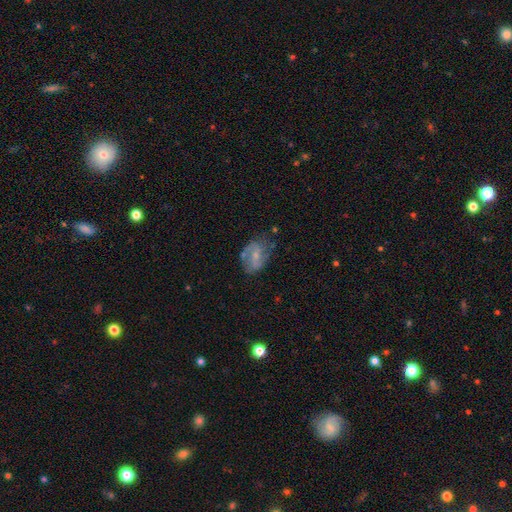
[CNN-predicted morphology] smooth-or-featured: featured or disk: 71% | smooth: 22% | star or artifact: 7%
  disk-edge-on: no: 97% | yes: 3%
    bar: weak: 46% | no: 41% | strong: 13%
    has-spiral-arms: yes: 88% | no: 12%
      spiral-winding: medium: 48% | loose: 31% | tight: 21%
      spiral-arm-count: 2: 81% | can't tell: 10% | 1: 3% | 3: 3% | 4: 1% | more than 4: 1%
    bulge-size: small: 61% | moderate: 30% | none: 7% | large: 1% | dominant: 1%
  merging: none: 64% | minor disturbance: 23% | major disturbance: 9% | merger: 4%